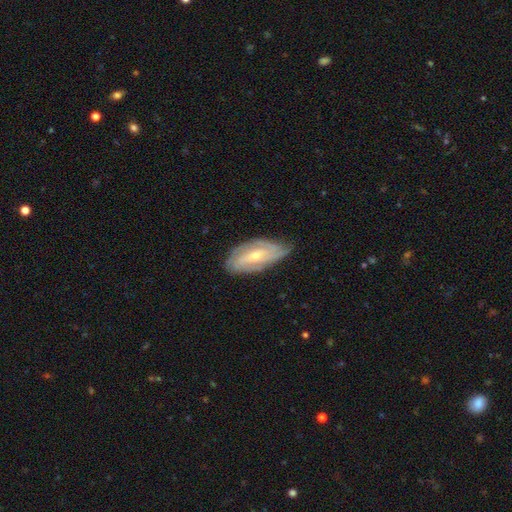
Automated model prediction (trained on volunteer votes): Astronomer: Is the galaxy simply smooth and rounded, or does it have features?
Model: featured or disk — 78%.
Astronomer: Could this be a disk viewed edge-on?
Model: no — 91%.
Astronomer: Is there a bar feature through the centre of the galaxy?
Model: no — 40% (runner-up: weak, 39%).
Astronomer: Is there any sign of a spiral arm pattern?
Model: yes — 92%.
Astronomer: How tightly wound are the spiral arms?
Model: tight — 57% (runner-up: medium, 33%).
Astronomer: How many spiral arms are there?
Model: can't tell — 31% (runner-up: 2, 30%).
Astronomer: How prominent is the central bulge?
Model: small — 58% (runner-up: moderate, 39%).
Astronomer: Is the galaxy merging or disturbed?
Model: none — 71%.